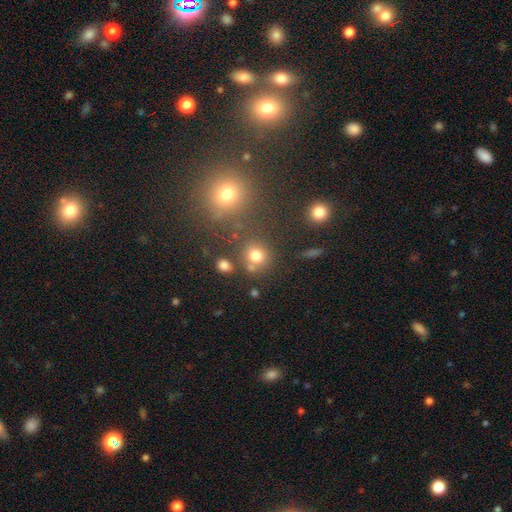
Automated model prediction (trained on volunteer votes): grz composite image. It shows a smooth galaxy with no disk features (75%) that is round (81%). Merging: none (68%).